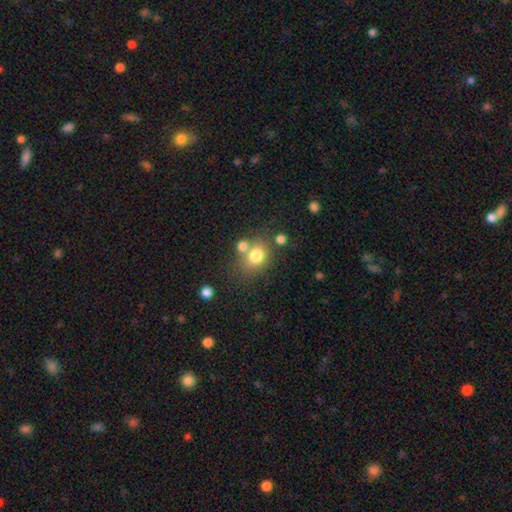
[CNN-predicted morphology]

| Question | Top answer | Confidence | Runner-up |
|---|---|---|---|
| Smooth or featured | smooth | 76% | star or artifact (12%) |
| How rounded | round | 58% | in between (41%) |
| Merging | none | 56% | merger (26%) |